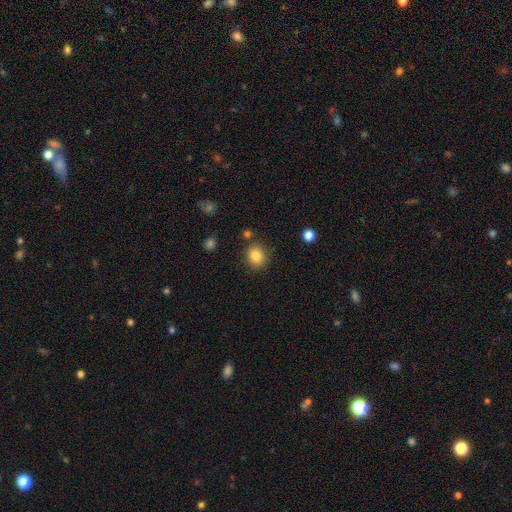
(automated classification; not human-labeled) Q: Smooth or featured?
A: smooth (84%); runner-up: star or artifact (10%)
Q: How rounded?
A: round (76%); runner-up: in between (23%)
Q: Merging?
A: none (84%); runner-up: minor disturbance (9%)